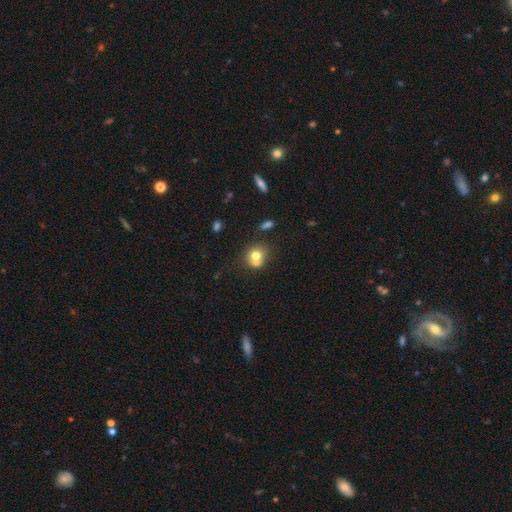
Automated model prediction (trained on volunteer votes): Smooth or featured?
  - smooth: 71% *
  - featured or disk: 18%
  - star or artifact: 11%
How rounded?
  - round: 77% *
  - in between: 22%
  - cigar-shaped: 1%
Merging?
  - merger: 43% *
  - none: 42%
  - minor disturbance: 10%
  - major disturbance: 4%